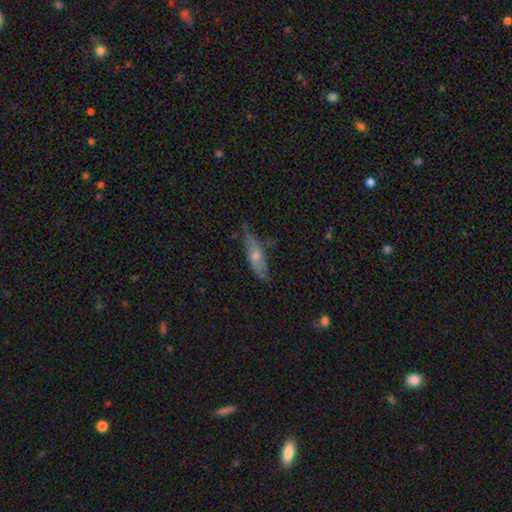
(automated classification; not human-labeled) Smooth or featured?
  - featured or disk: 48% *
  - smooth: 44%
  - star or artifact: 8%
Merging?
  - none: 65% *
  - minor disturbance: 26%
  - major disturbance: 6%
  - merger: 2%